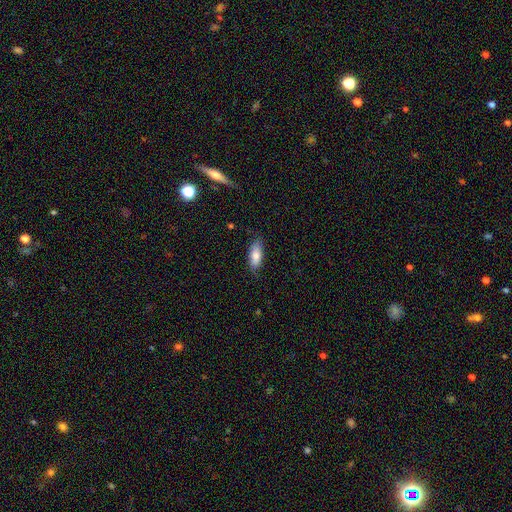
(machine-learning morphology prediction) smooth_or_featured: smooth (p=0.78) [alt: featured or disk p=0.16]
how_rounded: in between (p=0.78) [alt: cigar-shaped p=0.20]
merging: none (p=0.78) [alt: minor disturbance p=0.18]